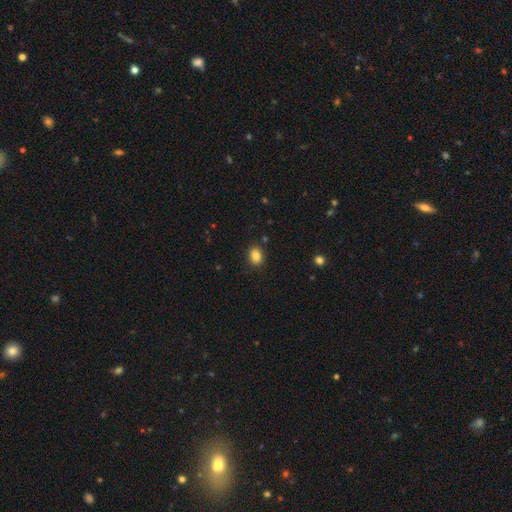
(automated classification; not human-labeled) smooth 86%, star or artifact 10%, featured or disk 5%. Down the decision tree: how rounded — in between (71%); merging — none (87%).